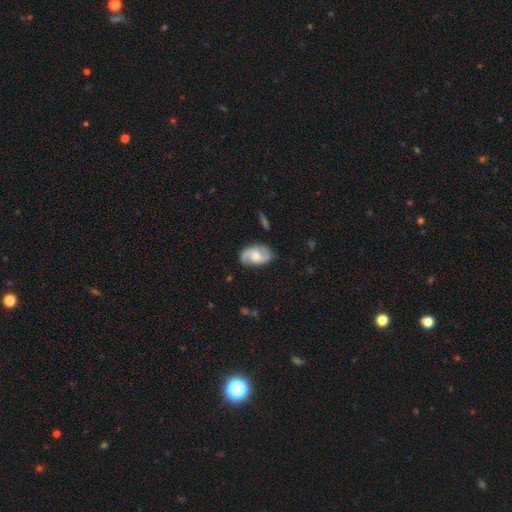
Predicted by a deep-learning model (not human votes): Smooth or featured? featured or disk (71%)
Edge-on disk? no (97%)
Bar? no (55%)
Spiral arms? yes (93%)
Spiral winding? medium (43%)
Spiral arm count? 2 (89%)
Bulge size? moderate (64%)
Merging? none (78%)